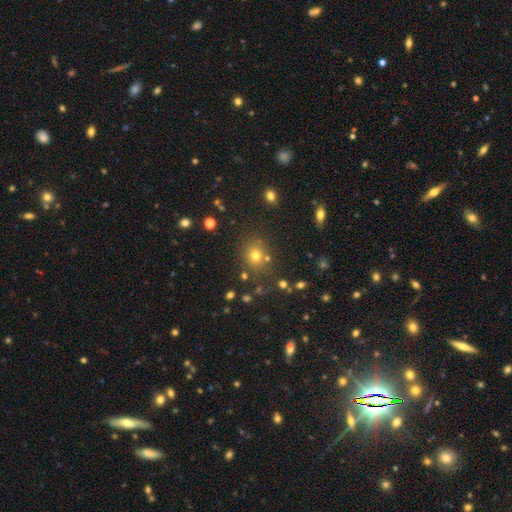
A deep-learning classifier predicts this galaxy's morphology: A smooth galaxy with no disk features (71%) that is round (77%). Merging: none (78%).